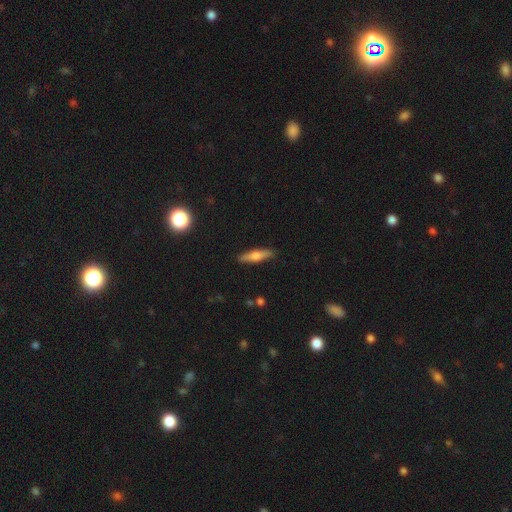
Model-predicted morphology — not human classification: Q: Smooth or featured?
A: smooth (56%); runner-up: featured or disk (37%)
Q: How rounded?
A: cigar-shaped (78%); runner-up: in between (20%)
Q: Merging?
A: none (89%); runner-up: minor disturbance (8%)